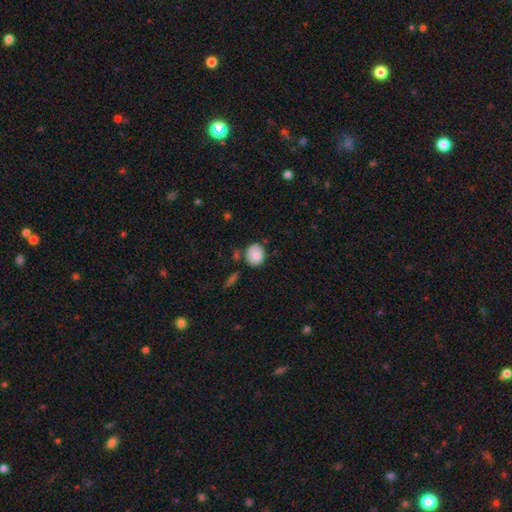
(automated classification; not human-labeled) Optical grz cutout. It shows a smooth galaxy with no disk features (82%) that is round (61%). Merging: none (68%).